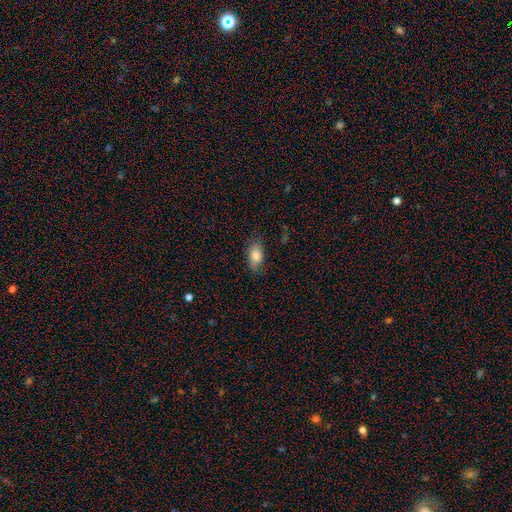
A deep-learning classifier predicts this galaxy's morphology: smooth_or_featured: smooth (p=0.82) [alt: featured or disk p=0.11]
how_rounded: in between (p=0.90) [alt: round p=0.06]
merging: none (p=0.73) [alt: minor disturbance p=0.20]